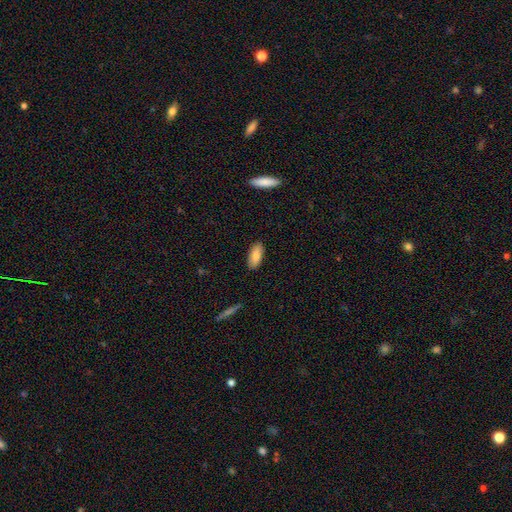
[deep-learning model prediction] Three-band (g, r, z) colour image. It shows a smooth galaxy with no disk features (86%) that is in between round and cigar-shaped (85%). Merging: none (88%).